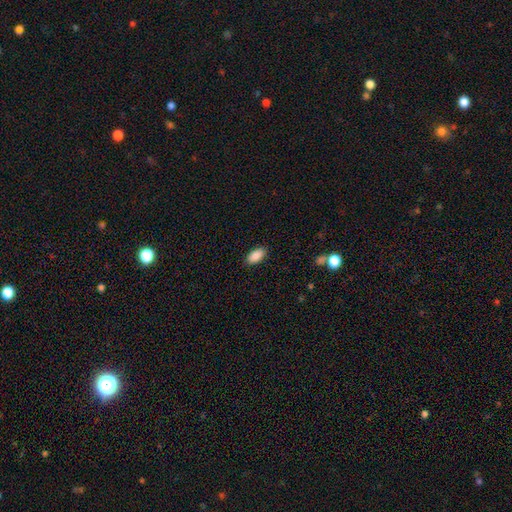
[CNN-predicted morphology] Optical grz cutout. It shows a smooth galaxy with no disk features (89%) that is in between round and cigar-shaped (93%). Merging: none (88%).